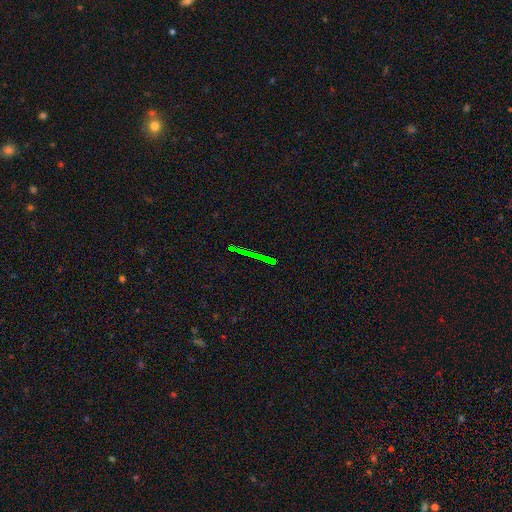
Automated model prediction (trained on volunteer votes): Smooth or featured: star or artifact — 59% (featured or disk — 23%)